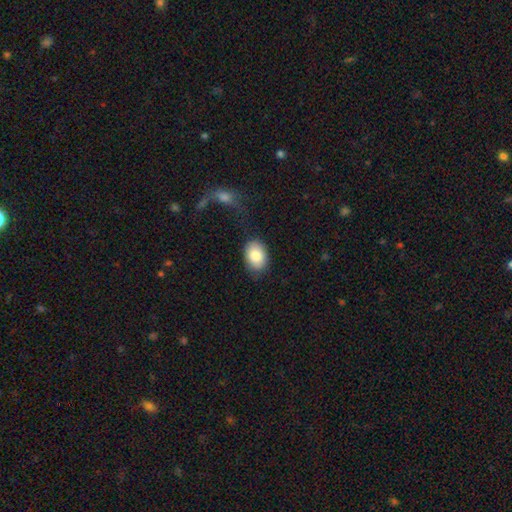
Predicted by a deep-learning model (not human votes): Overall: smooth (86%). How rounded: in between (79%). Merging: none (78%).